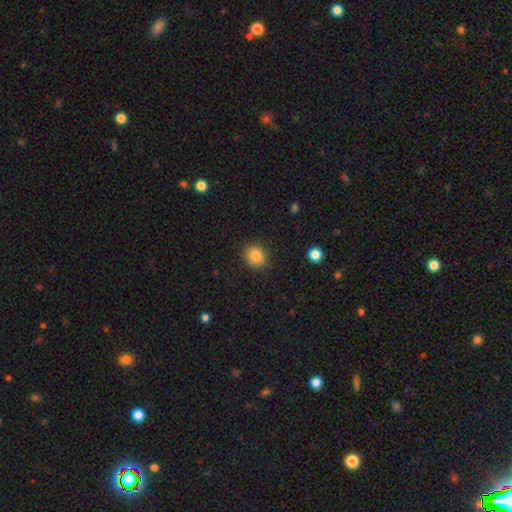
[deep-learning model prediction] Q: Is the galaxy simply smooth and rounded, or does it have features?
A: smooth — 85%.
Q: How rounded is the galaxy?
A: round — 70%.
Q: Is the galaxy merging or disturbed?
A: none — 87%.